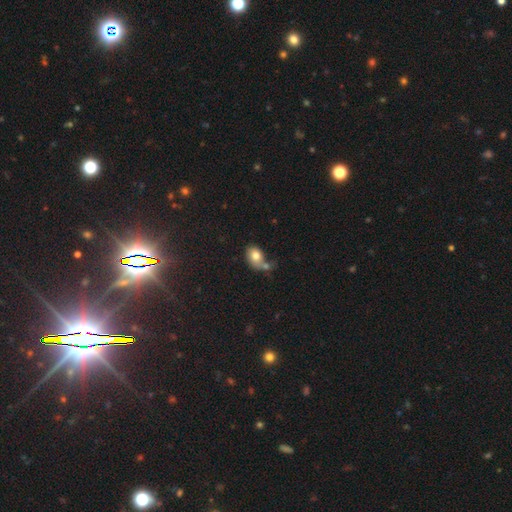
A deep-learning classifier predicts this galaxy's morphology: Smooth or featured? smooth (77%)
How rounded? in between (73%)
Merging? merger (35%)